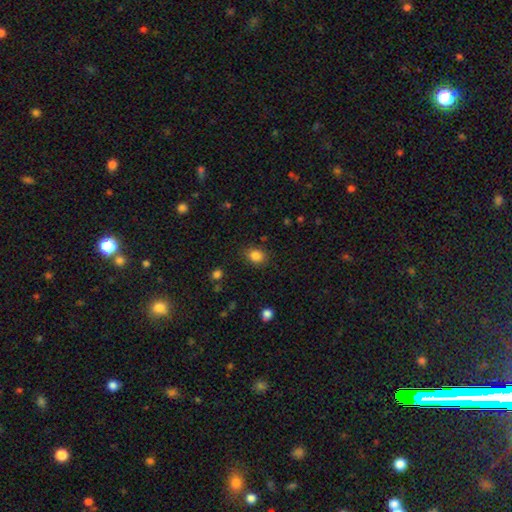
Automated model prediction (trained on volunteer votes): The model was most divided on "how rounded": round: 58%, in between: 41%, cigar-shaped: 1%. More confident: smooth or featured — smooth (85%); merging — none (83%).